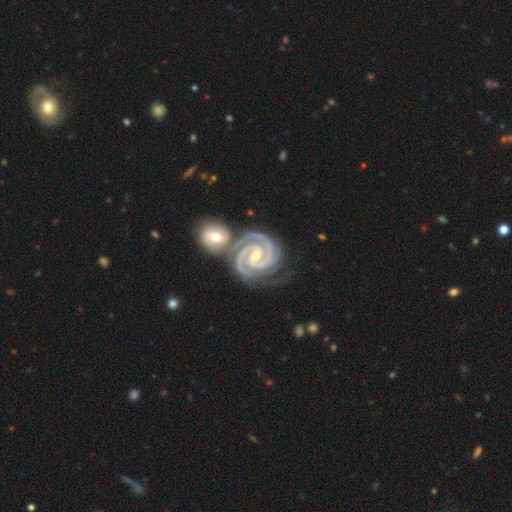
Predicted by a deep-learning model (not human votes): This appears to be a featured or disk galaxy (95%) with a weak bar (40%), 2 (68%) tight (80%) spiral arms (99%) and a small central bulge (52%). Merging: none (52%).